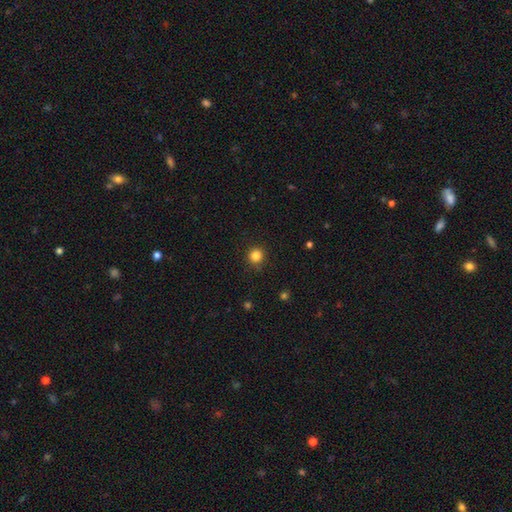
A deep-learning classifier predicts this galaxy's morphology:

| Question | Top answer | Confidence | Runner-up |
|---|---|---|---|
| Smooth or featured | smooth | 84% | star or artifact (12%) |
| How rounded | round | 93% | in between (6%) |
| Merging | none | 88% | minor disturbance (8%) |